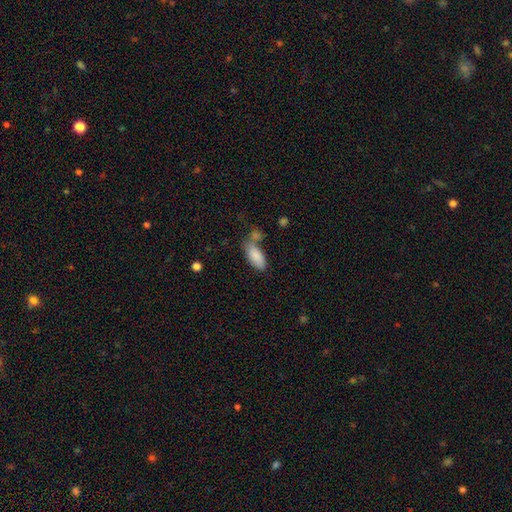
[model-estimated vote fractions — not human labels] smooth 86%, featured or disk 7%, star or artifact 7%. Down the decision tree: how rounded — in between (87%); merging — none (51%).